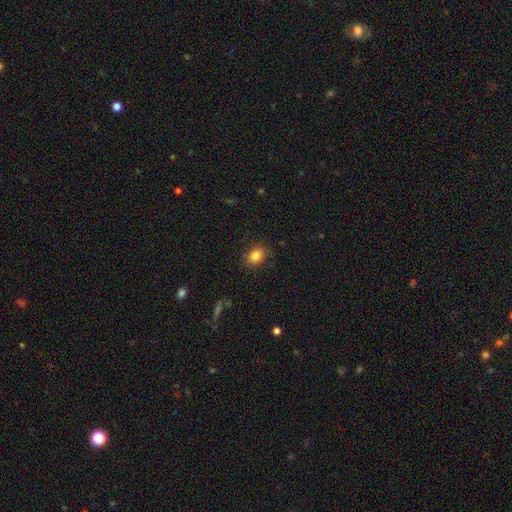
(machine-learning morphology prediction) Smooth or featured?
  - smooth: 84% *
  - star or artifact: 10%
  - featured or disk: 6%
How rounded?
  - in between: 53% *
  - round: 46%
  - cigar-shaped: 1%
Merging?
  - none: 87% *
  - minor disturbance: 9%
  - major disturbance: 3%
  - merger: 1%